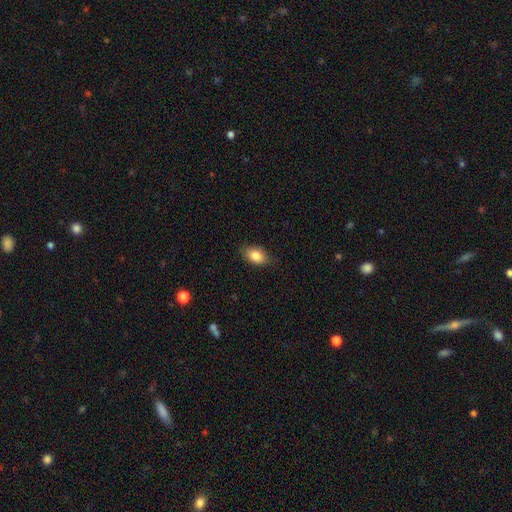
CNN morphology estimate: This is clearly a smooth galaxy (84%). How rounded: clearly in between (88%). Merging: clearly none (80%).